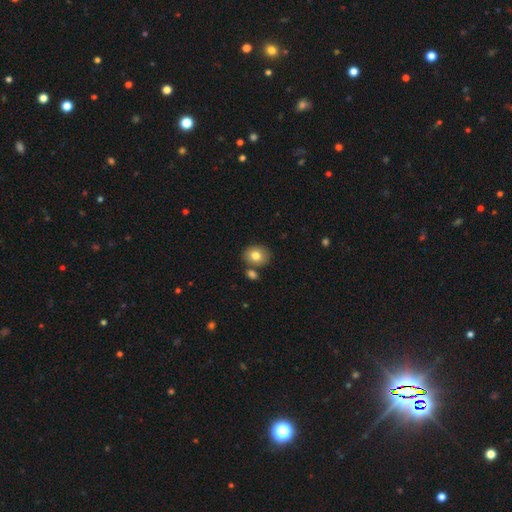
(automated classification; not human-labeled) A smooth galaxy with no disk features (80%) that is round (59%). Merging: none (73%).